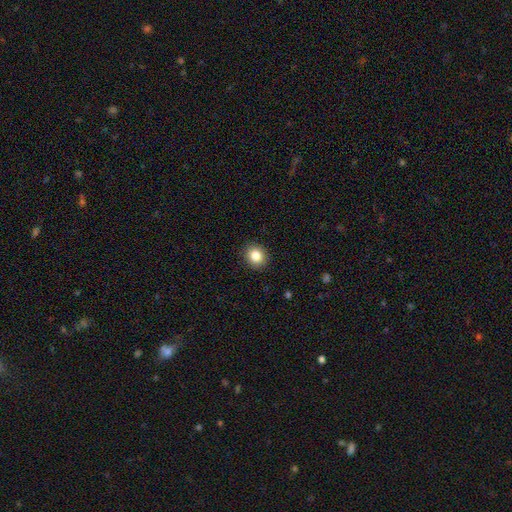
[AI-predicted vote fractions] smooth-or-featured: smooth: 84% | star or artifact: 10% | featured or disk: 6%
  how-rounded: round: 79% | in between: 20% | cigar-shaped: 1%
  merging: none: 91% | minor disturbance: 6% | major disturbance: 2% | merger: 1%